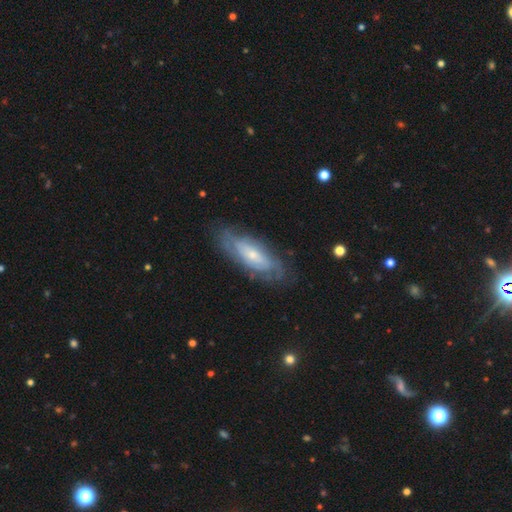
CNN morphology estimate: This appears to be a featured or disk galaxy (68%) with no bar (68%), spiral arms (82%) and a small central bulge (67%). Merging: none (79%).